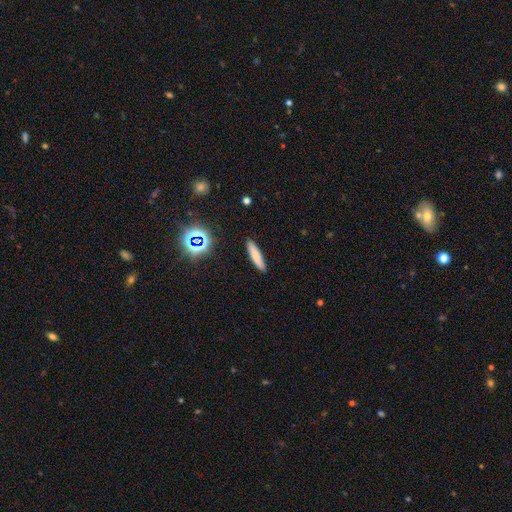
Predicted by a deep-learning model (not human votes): smooth_or_featured: smooth (p=0.77) [alt: featured or disk p=0.12]
how_rounded: cigar-shaped (p=0.82) [alt: in between p=0.17]
merging: none (p=0.89) [alt: minor disturbance p=0.08]